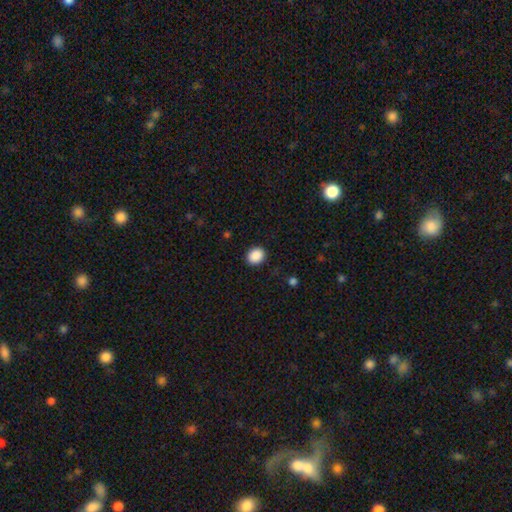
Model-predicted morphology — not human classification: This is clearly a smooth galaxy (89%). How rounded: possibly round (57%). Merging: clearly none (90%).